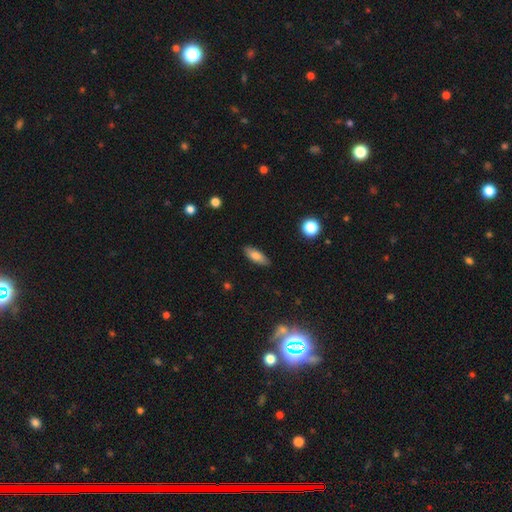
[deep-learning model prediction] Smooth or featured? Predicted: smooth (p=0.76). How rounded? Predicted: in between (p=0.71). Merging? Predicted: none (p=0.87).